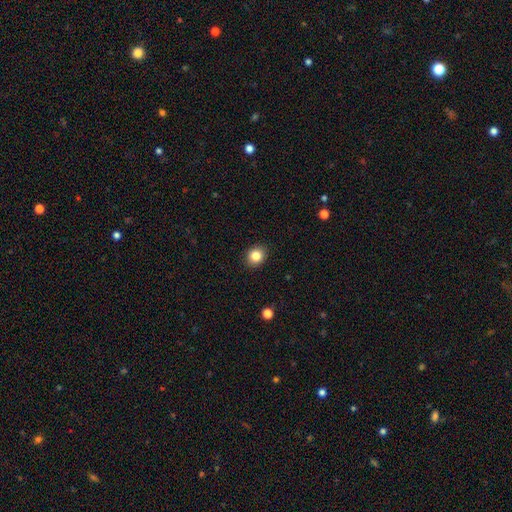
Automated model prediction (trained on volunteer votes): Morphology: type=smooth (84%); roundness=round (72%); merging=none (90%).